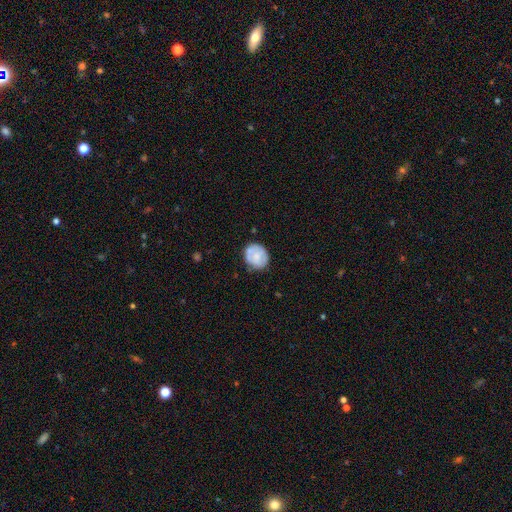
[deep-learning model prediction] smooth-or-featured: smooth: 63% | featured or disk: 30% | star or artifact: 7%
  how-rounded: round: 72% | in between: 27% | cigar-shaped: 1%
  merging: none: 67% | minor disturbance: 22% | major disturbance: 6% | merger: 4%